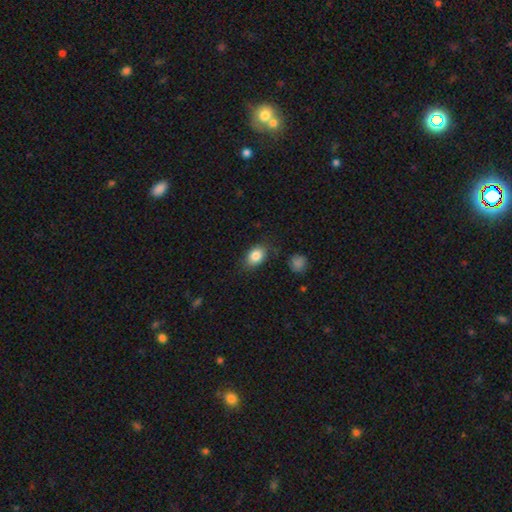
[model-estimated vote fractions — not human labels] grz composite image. It shows a smooth galaxy with no disk features (84%) that is in between round and cigar-shaped (79%). Merging: none (79%).